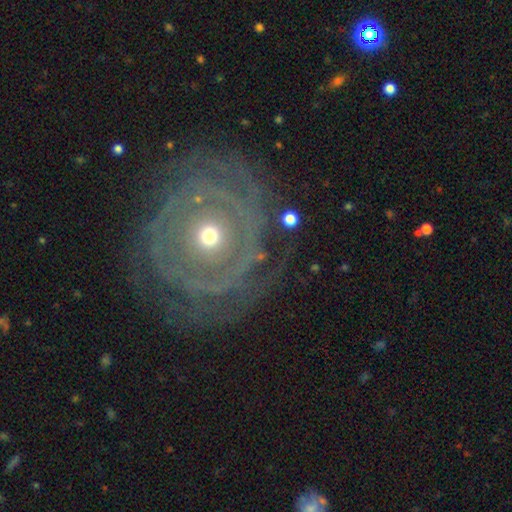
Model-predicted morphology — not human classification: A featured or disk galaxy (82%) with no bar (83%), tight (84%) spiral arms (82%) and a moderate central bulge (50%).

Vote fractions:
- Smooth or featured? featured or disk: 82% / smooth: 11% / star or artifact: 7%
- Edge-on disk? no: 96% / yes: 4%
- Bar? no: 83% / weak: 11% / strong: 5%
- Spiral arms? yes: 82% / no: 18%
- Spiral winding? tight: 84% / medium: 12% / loose: 4%
- Spiral arm count? can't tell: 38% / 2: 20% / 3: 15% / 4: 11% / more than 4: 9% / 1: 8%
- Bulge size? moderate: 50% / small: 46% / large: 2% / dominant: 1% / none: 1%
- Merging? none: 79% / minor disturbance: 13% / major disturbance: 7% / merger: 2%